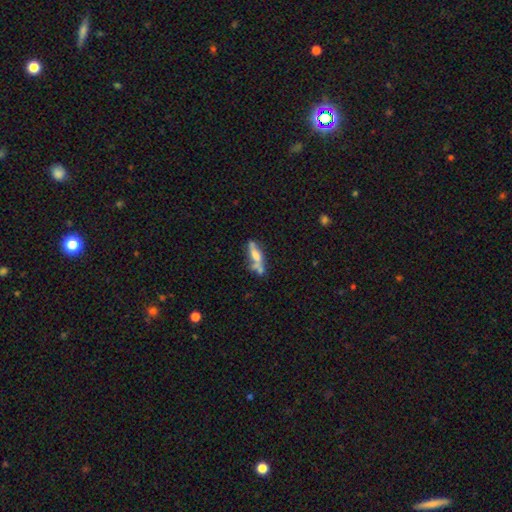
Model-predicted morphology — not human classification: Overall: featured or disk (47%; smooth 44%). Merging: none (45%; merger 25%).